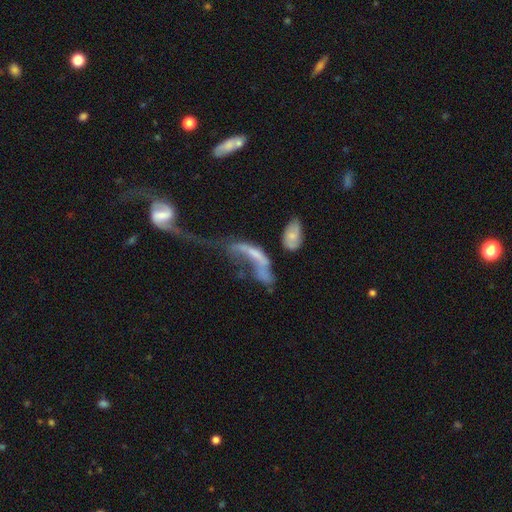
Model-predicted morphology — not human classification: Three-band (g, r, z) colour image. It shows a featured or disk galaxy (58%). Merging: merger (52%).